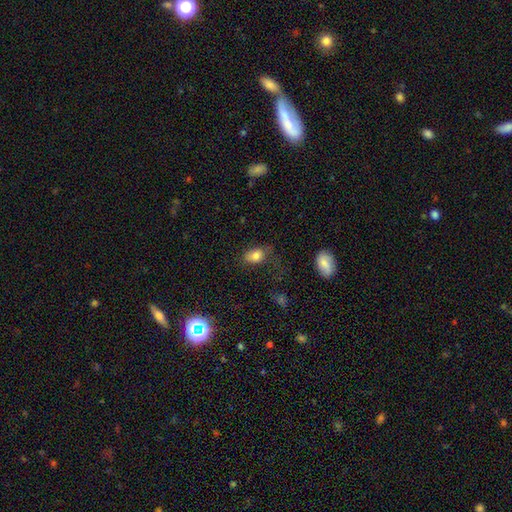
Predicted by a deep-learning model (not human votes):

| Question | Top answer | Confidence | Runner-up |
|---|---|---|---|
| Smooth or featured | smooth | 82% | star or artifact (10%) |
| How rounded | in between | 81% | round (17%) |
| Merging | none | 52% | minor disturbance (27%) |